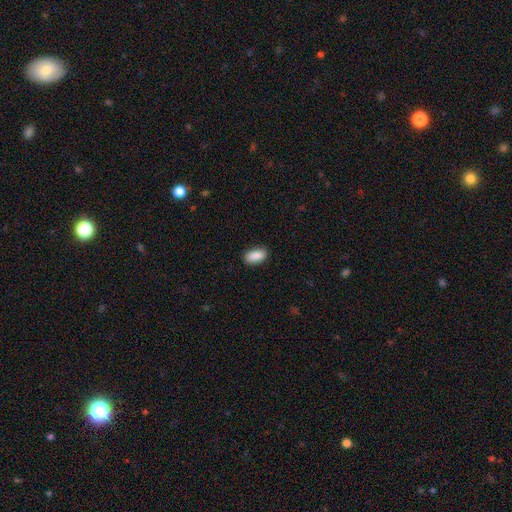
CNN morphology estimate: Smooth or featured? smooth (89%)
How rounded? in between (91%)
Merging? none (85%)